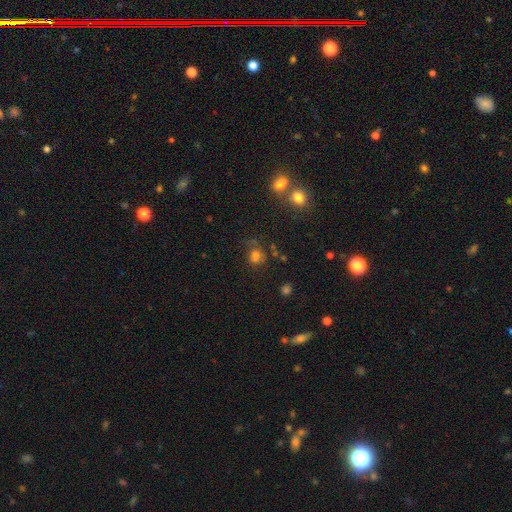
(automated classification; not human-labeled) Smooth or featured?
  - smooth: 67% *
  - star or artifact: 21%
  - featured or disk: 12%
How rounded?
  - round: 75% *
  - in between: 24%
  - cigar-shaped: 1%
Merging?
  - none: 57% *
  - minor disturbance: 19%
  - major disturbance: 13%
  - merger: 11%